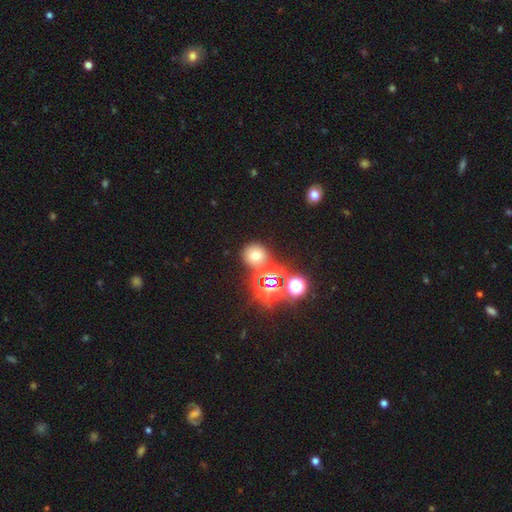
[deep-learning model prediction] Smooth or featured?
  - smooth: 59% *
  - star or artifact: 31%
  - featured or disk: 10%
How rounded?
  - round: 85% *
  - in between: 14%
  - cigar-shaped: 1%
Merging?
  - none: 75% *
  - merger: 12%
  - minor disturbance: 9%
  - major disturbance: 4%